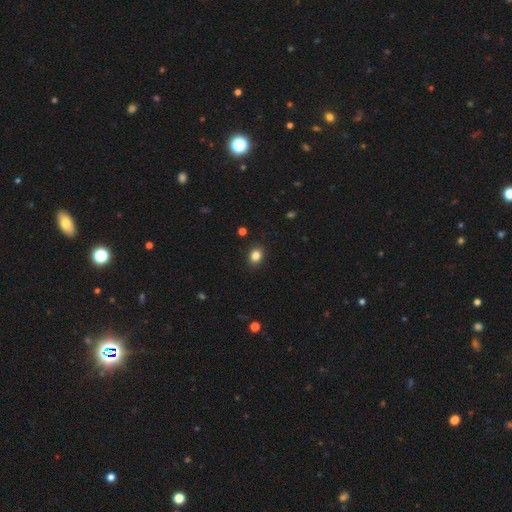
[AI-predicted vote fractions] smooth 84%, star or artifact 11%, featured or disk 5%. Down the decision tree: how rounded — round (52%); merging — none (89%).